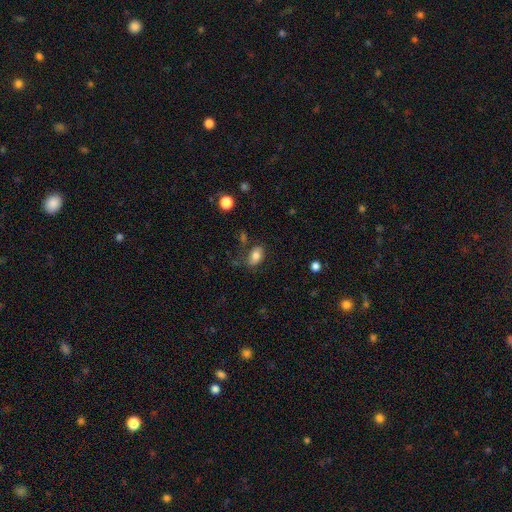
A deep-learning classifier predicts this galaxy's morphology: Smooth or featured?
  - smooth: 78% *
  - featured or disk: 13%
  - star or artifact: 9%
How rounded?
  - in between: 88% *
  - round: 11%
  - cigar-shaped: 2%
Merging?
  - none: 65% *
  - minor disturbance: 22%
  - major disturbance: 8%
  - merger: 5%